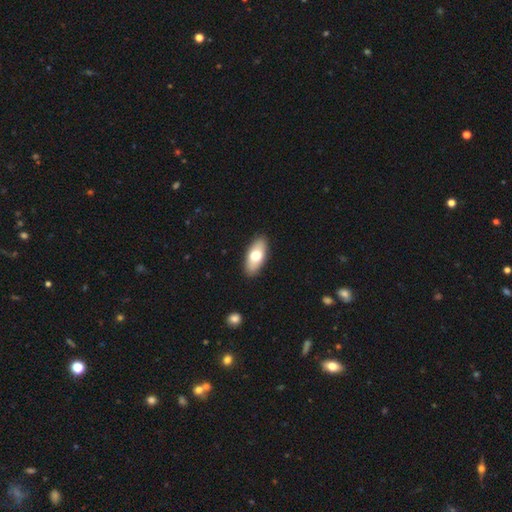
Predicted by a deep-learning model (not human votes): Smooth or featured? smooth (69%)
How rounded? in between (86%)
Merging? none (90%)